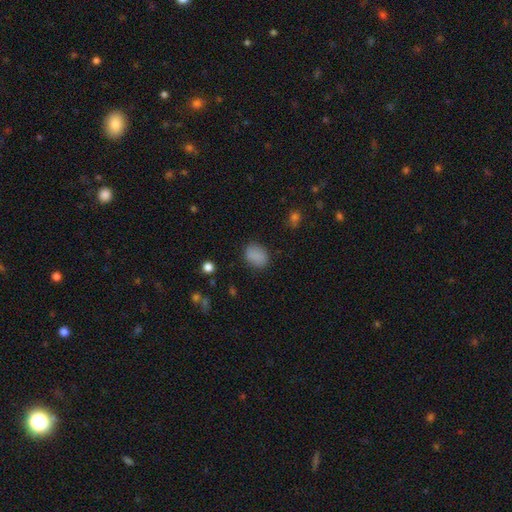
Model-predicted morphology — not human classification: Smooth or featured? Predicted: smooth (p=0.86). How rounded? Predicted: in between (p=0.60). Merging? Predicted: none (p=0.83).